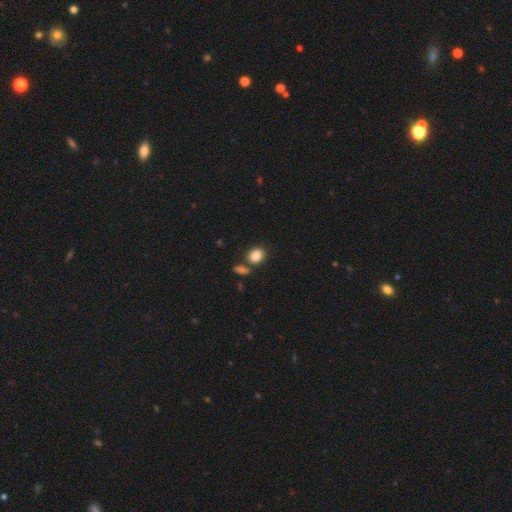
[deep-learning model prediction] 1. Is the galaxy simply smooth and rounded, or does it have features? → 85% smooth, 9% star or artifact, 5% featured or disk.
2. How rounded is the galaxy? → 53% round, 46% in between, 1% cigar-shaped.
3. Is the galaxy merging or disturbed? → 68% none, 17% merger, 11% minor disturbance, 4% major disturbance.